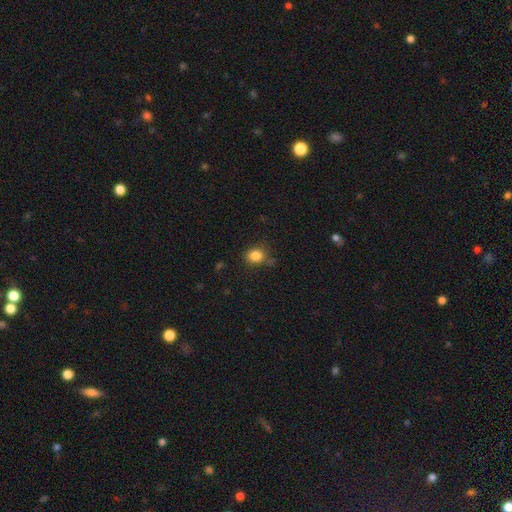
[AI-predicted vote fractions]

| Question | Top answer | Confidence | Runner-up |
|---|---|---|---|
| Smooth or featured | smooth | 83% | star or artifact (11%) |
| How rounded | round | 70% | in between (29%) |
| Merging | none | 75% | minor disturbance (16%) |